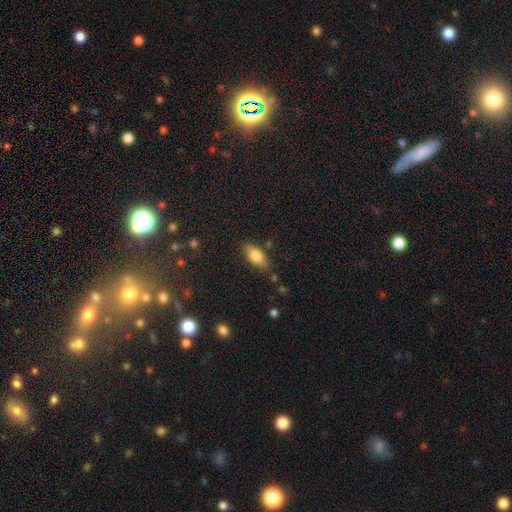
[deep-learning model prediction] This appears to be a smooth galaxy with no disk features (76%) that is in between round and cigar-shaped (84%). Merging: none (77%).